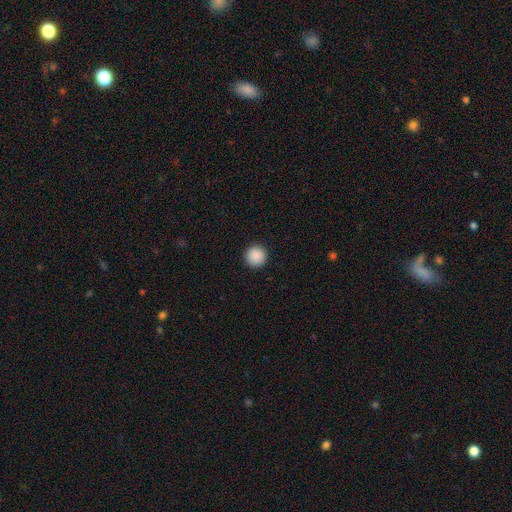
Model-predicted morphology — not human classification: smooth 90%, star or artifact 8%, featured or disk 2%. Down the decision tree: how rounded — round (96%); merging — none (93%).